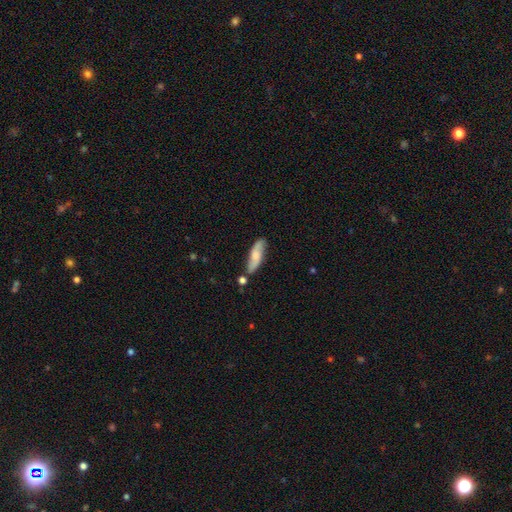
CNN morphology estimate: smooth 56%, featured or disk 38%, star or artifact 6%. Down the decision tree: how rounded — cigar-shaped (56%); merging — none (72%).